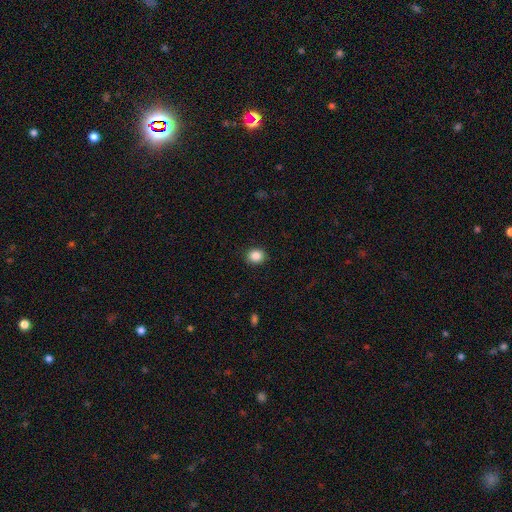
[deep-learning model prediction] This appears to be a smooth galaxy with no disk features (87%) that is round (73%). Merging: none (91%).